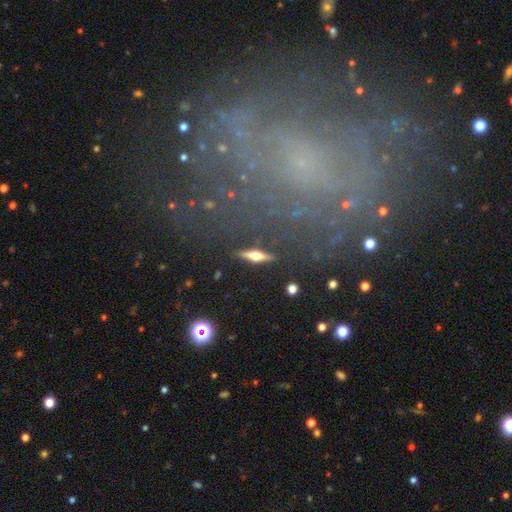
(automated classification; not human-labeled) This is possibly a featured or disk galaxy (58%). It is clearly viewed edge-on (93%). Edge-on bulge: clearly rounded (93%). Merging: clearly none (86%).